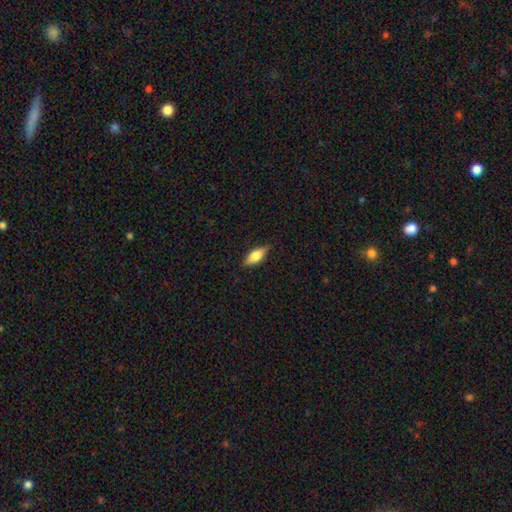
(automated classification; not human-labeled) Morphology: type=smooth (63%); roundness=in between (69%); merging=none (85%).